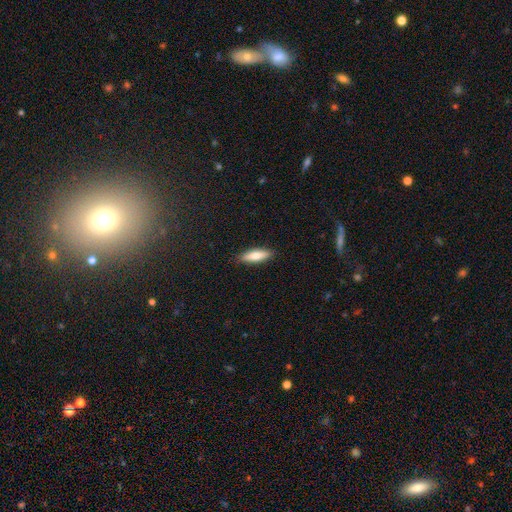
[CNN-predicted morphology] Smooth or featured?
  - smooth: 76% *
  - featured or disk: 18%
  - star or artifact: 6%
How rounded?
  - cigar-shaped: 50% *
  - in between: 48%
  - round: 2%
Merging?
  - none: 89% *
  - minor disturbance: 8%
  - major disturbance: 2%
  - merger: 1%